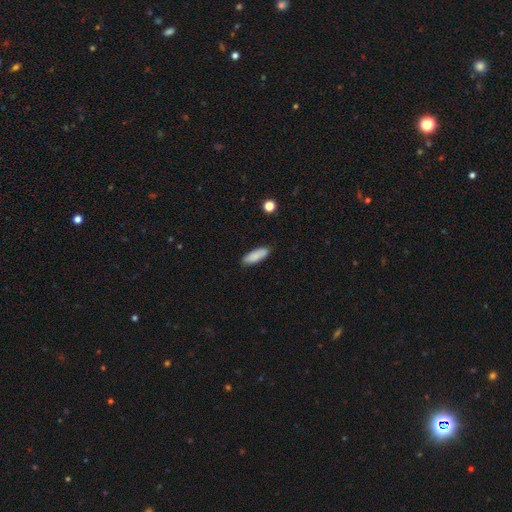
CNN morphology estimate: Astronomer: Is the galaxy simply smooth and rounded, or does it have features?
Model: smooth — 87%.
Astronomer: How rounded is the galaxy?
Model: in between — 56% (runner-up: cigar-shaped, 42%).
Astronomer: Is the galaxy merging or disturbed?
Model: none — 86%.